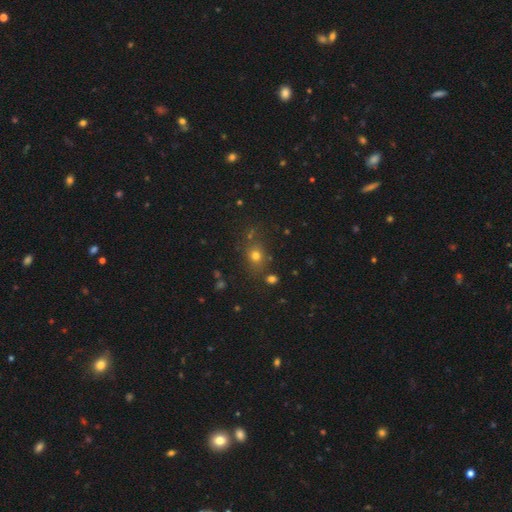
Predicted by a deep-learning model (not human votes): smooth-or-featured: smooth: 71% | star or artifact: 19% | featured or disk: 10%
  how-rounded: round: 59% | in between: 39% | cigar-shaped: 2%
  merging: none: 77% | minor disturbance: 12% | merger: 6% | major disturbance: 5%